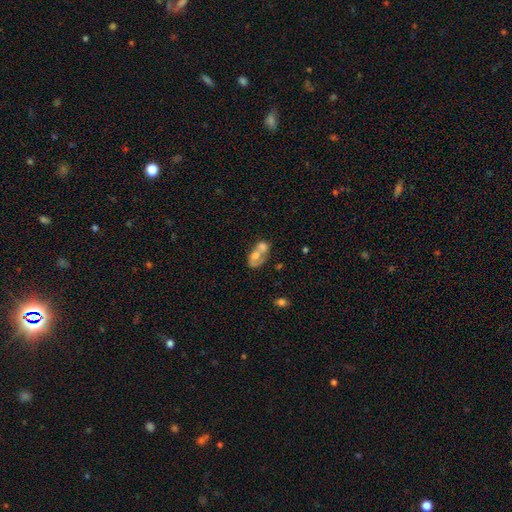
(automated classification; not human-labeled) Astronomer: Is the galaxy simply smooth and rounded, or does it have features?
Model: smooth — 53% (runner-up: featured or disk, 38%).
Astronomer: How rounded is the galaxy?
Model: in between — 75%.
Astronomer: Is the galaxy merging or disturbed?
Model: merger — 70%.